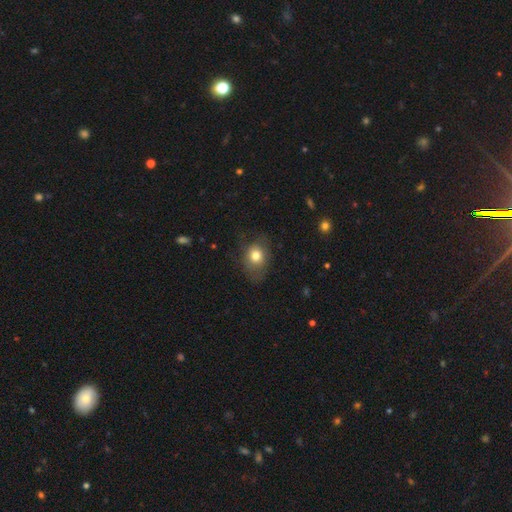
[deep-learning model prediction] The model was most divided on "how rounded": round: 51%, in between: 48%, cigar-shaped: 1%. More confident: smooth or featured — smooth (77%); merging — none (66%).